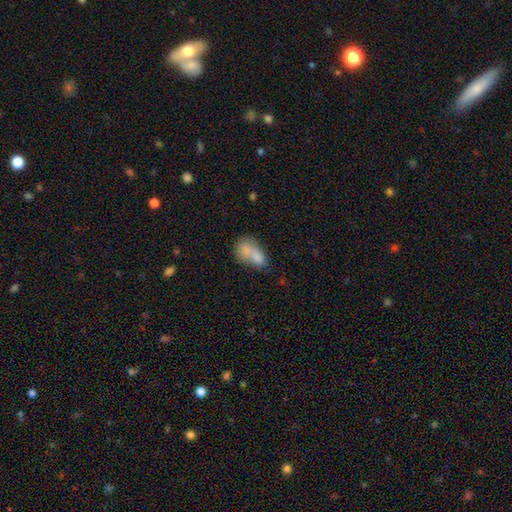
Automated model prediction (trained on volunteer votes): Smooth or featured?
  - smooth: 68% *
  - featured or disk: 22%
  - star or artifact: 10%
How rounded?
  - in between: 81% *
  - round: 13%
  - cigar-shaped: 6%
Merging?
  - merger: 54% *
  - none: 24%
  - minor disturbance: 12%
  - major disturbance: 9%